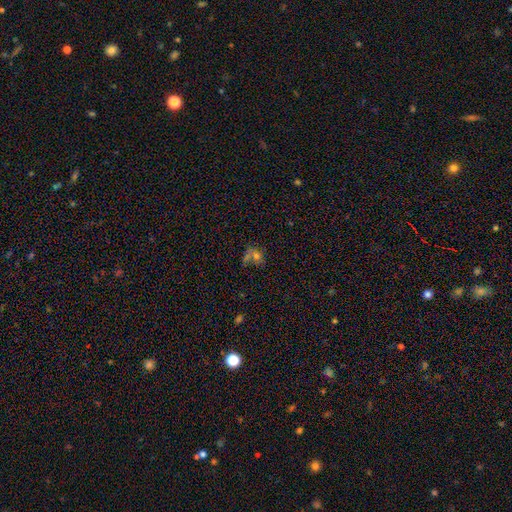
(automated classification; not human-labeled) A smooth galaxy with no disk features (48%). Merging: none (38%).